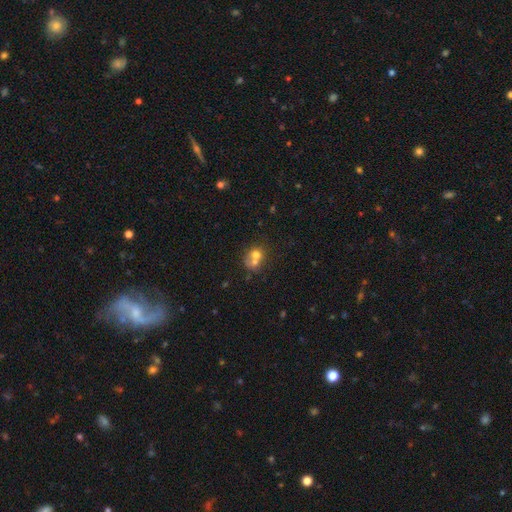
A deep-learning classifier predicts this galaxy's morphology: Overall: smooth (64%; featured or disk 24%). How rounded: round (67%; in between 32%). Merging: merger (62%; none 26%).